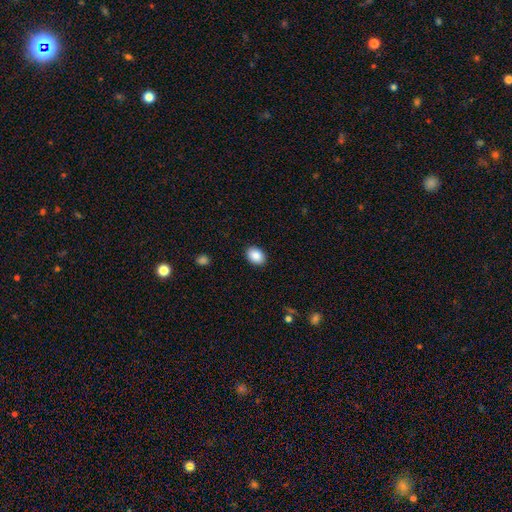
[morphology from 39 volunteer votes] A smooth galaxy with no disk features (95%) that is in between round and cigar-shaped (84%). Merging: none (100%).